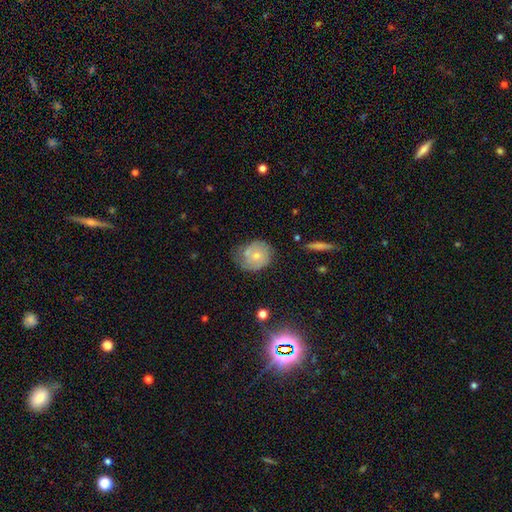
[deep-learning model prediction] The model was most divided on "smooth or featured": featured or disk: 55%, smooth: 38%, star or artifact: 7%. More confident: edge-on disk — no (97%); bar — no (79%); spiral arms — yes (77%); bulge size — small (61%); merging — none (56%).